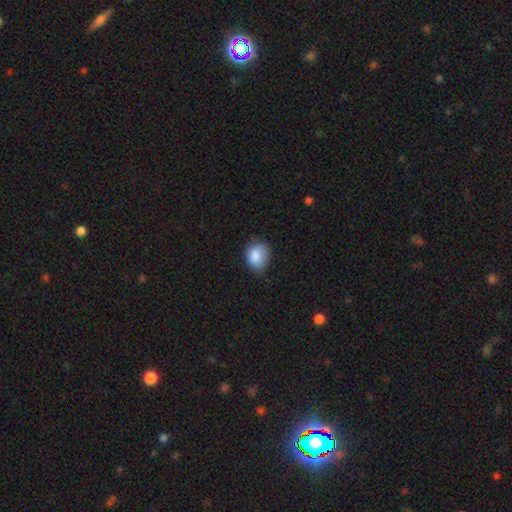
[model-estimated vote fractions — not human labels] Smooth or featured: smooth — 86% (star or artifact — 7%)
How rounded: in between — 51% (round — 48%)
Merging: none — 63% (minor disturbance — 30%)